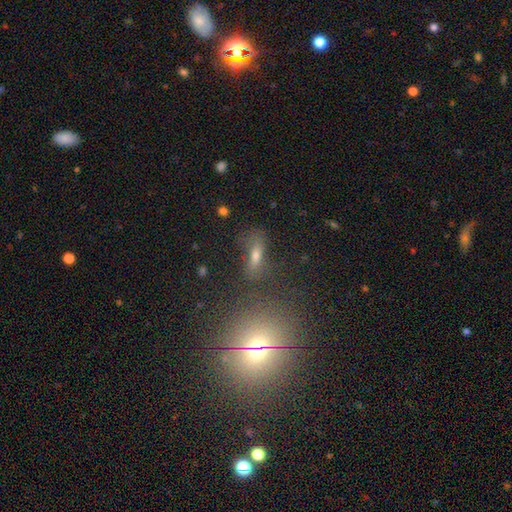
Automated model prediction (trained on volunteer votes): Smooth or featured? Predicted: smooth (p=0.56). How rounded? Predicted: in between (p=0.53). Merging? Predicted: none (p=0.62).